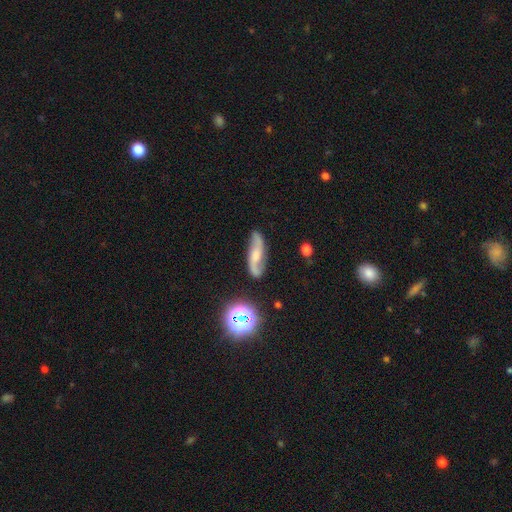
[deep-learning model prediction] Smooth or featured?
  - featured or disk: 72% *
  - smooth: 19%
  - star or artifact: 9%
Edge-on disk?
  - no: 89% *
  - yes: 11%
Bar?
  - no: 51% *
  - weak: 38%
  - strong: 12%
Spiral arms?
  - yes: 95% *
  - no: 5%
Spiral winding?
  - loose: 61% *
  - medium: 30%
  - tight: 9%
Spiral arm count?
  - 2: 91% *
  - can't tell: 4%
  - 1: 2%
  - 3: 1%
  - 4: 1%
  - more than 4: 1%
Bulge size?
  - moderate: 38% *
  - small: 28%
  - none: 20%
  - large: 12%
  - dominant: 2%
Merging?
  - none: 77% *
  - minor disturbance: 15%
  - major disturbance: 5%
  - merger: 3%